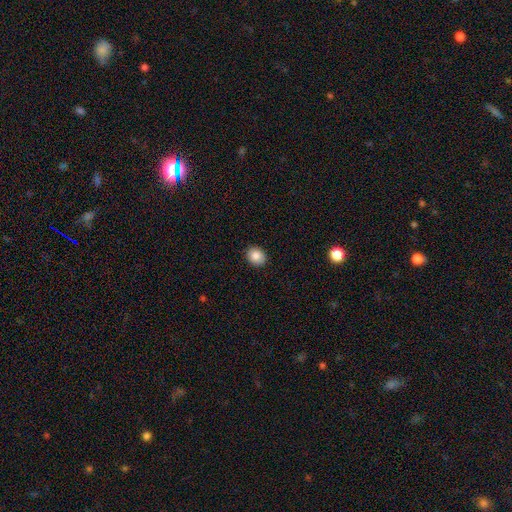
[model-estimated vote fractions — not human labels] A smooth galaxy with no disk features (85%) that is round (64%).

Vote fractions:
- Smooth or featured? smooth: 85% / star or artifact: 9% / featured or disk: 6%
- How rounded? round: 64% / in between: 36% / cigar-shaped: 1%
- Merging? none: 91% / minor disturbance: 6% / major disturbance: 2% / merger: 1%